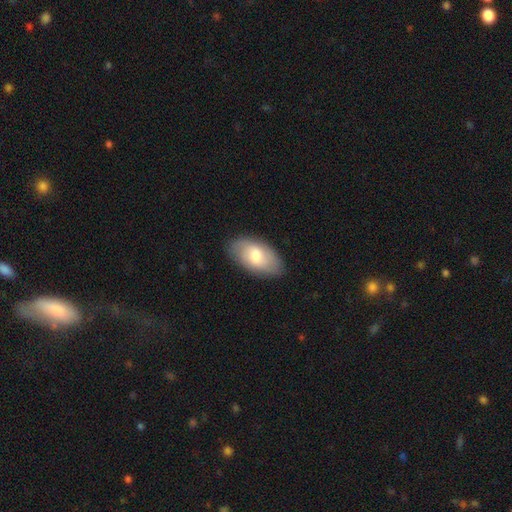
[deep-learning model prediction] smooth-or-featured: smooth: 67% | featured or disk: 27% | star or artifact: 6%
  how-rounded: in between: 94% | round: 3% | cigar-shaped: 2%
  merging: none: 83% | minor disturbance: 14% | major disturbance: 3% | merger: 1%